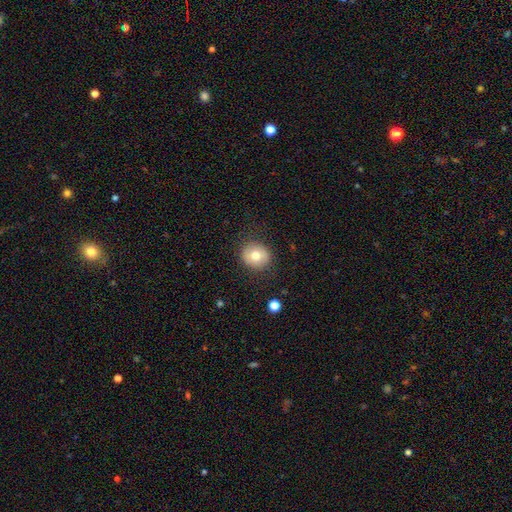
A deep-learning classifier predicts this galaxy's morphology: smooth_or_featured: smooth (p=0.72) [alt: featured or disk p=0.19]
how_rounded: round (p=0.79) [alt: in between p=0.21]
merging: none (p=0.85) [alt: minor disturbance p=0.10]